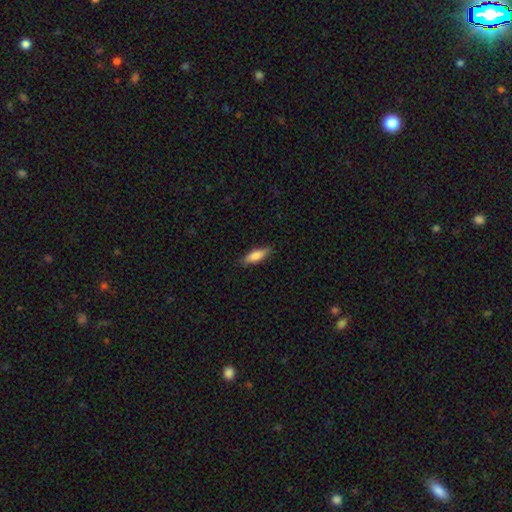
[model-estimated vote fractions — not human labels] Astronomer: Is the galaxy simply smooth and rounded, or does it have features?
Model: smooth — 76%.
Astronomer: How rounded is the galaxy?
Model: cigar-shaped — 49%, tied with in between at 49%.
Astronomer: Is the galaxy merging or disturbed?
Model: none — 86%.